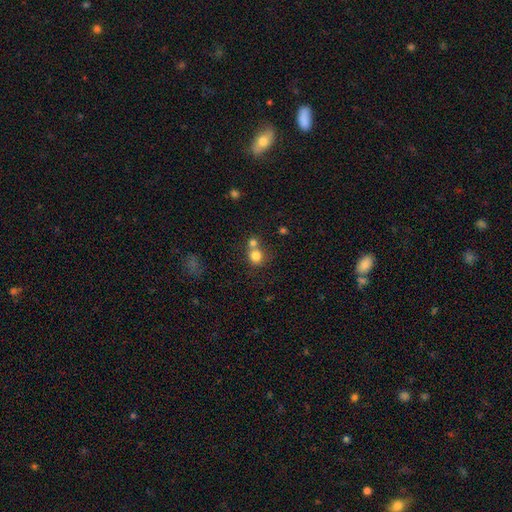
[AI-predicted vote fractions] Overall: smooth (79%). How rounded: round (85%). Merging: none (47%; merger 42%).